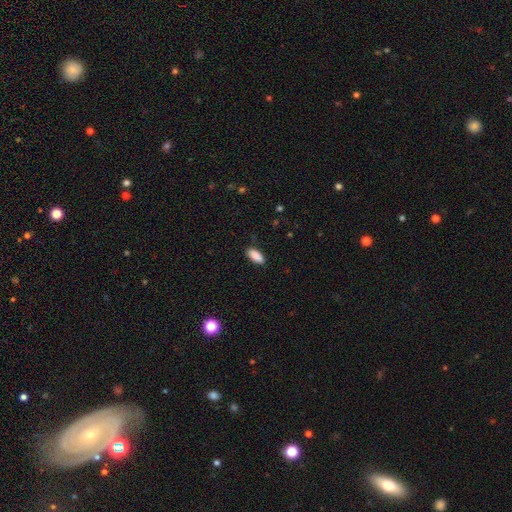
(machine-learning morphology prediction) Overall: smooth (89%). How rounded: in between (85%). Merging: none (88%).